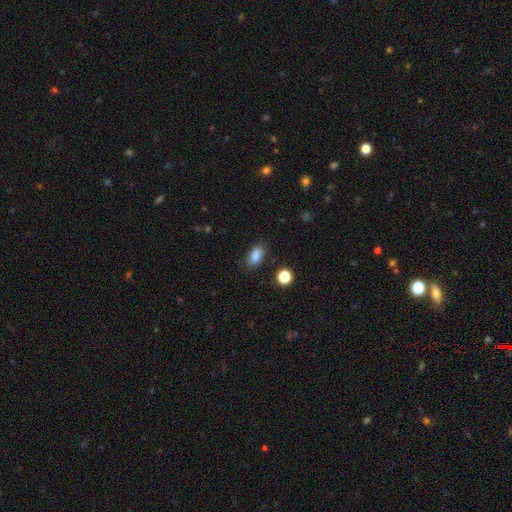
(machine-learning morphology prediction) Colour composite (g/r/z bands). It shows a smooth galaxy with no disk features (86%) that is in between round and cigar-shaped (88%). Merging: none (83%).